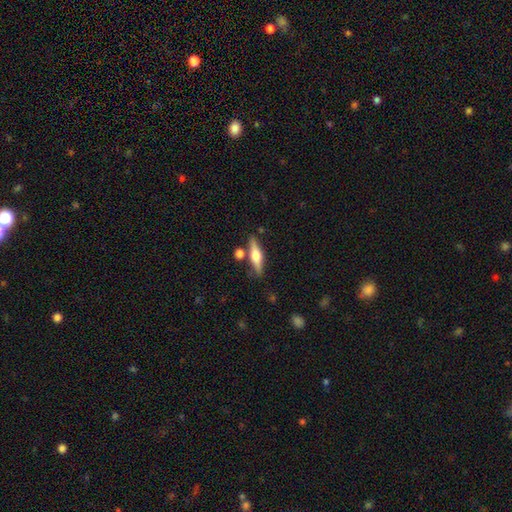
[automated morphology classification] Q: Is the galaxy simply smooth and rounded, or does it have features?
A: featured or disk — 57%.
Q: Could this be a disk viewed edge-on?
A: yes — 95%.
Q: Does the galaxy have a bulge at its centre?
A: rounded — 93%.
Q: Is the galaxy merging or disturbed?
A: none — 79%.